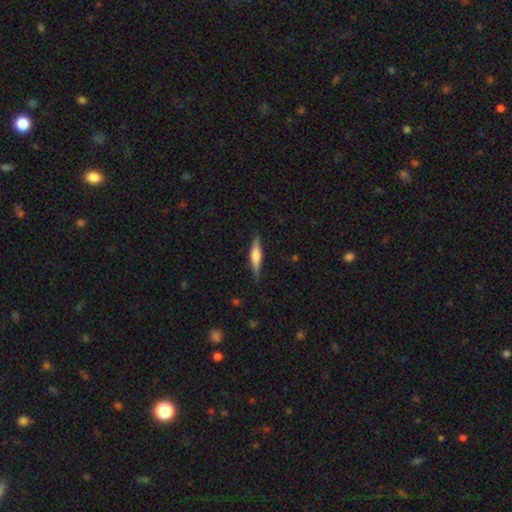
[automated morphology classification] Smooth or featured? Predicted: featured or disk (p=0.53). Edge-on disk? Predicted: yes (p=0.96). Edge-on bulge? Predicted: rounded (p=0.79). Merging? Predicted: none (p=0.84).